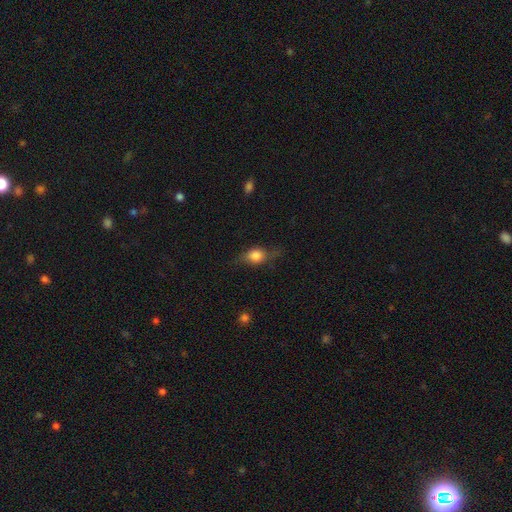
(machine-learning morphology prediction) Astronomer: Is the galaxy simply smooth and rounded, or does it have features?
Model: smooth — 63%.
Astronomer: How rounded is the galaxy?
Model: in between — 55% (runner-up: round, 37%).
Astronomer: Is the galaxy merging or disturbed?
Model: none — 63%.